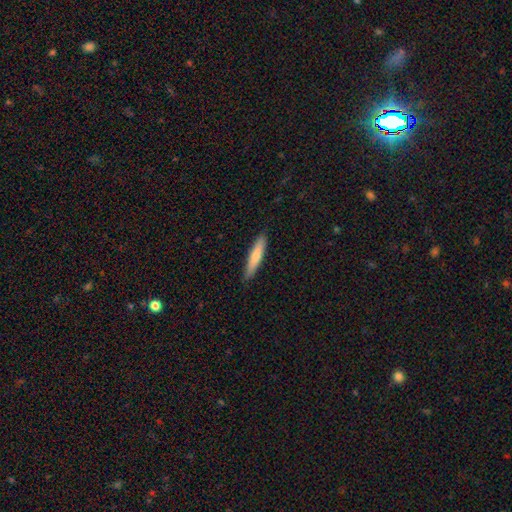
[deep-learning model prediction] Smooth or featured? smooth (74%)
How rounded? cigar-shaped (90%)
Merging? none (89%)